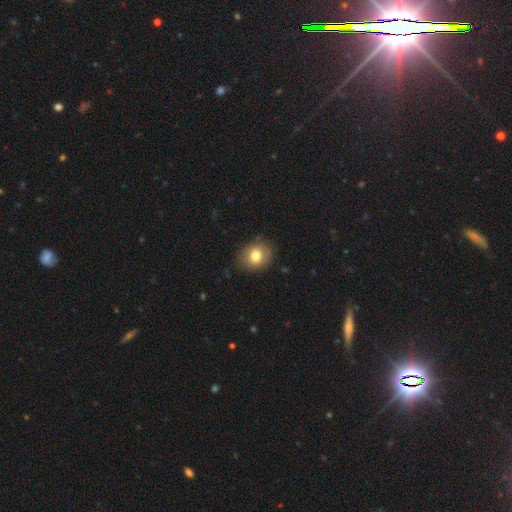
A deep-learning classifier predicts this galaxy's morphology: Q: Smooth or featured?
A: smooth (79%); runner-up: featured or disk (12%)
Q: How rounded?
A: round (62%); runner-up: in between (37%)
Q: Merging?
A: none (81%); runner-up: minor disturbance (14%)